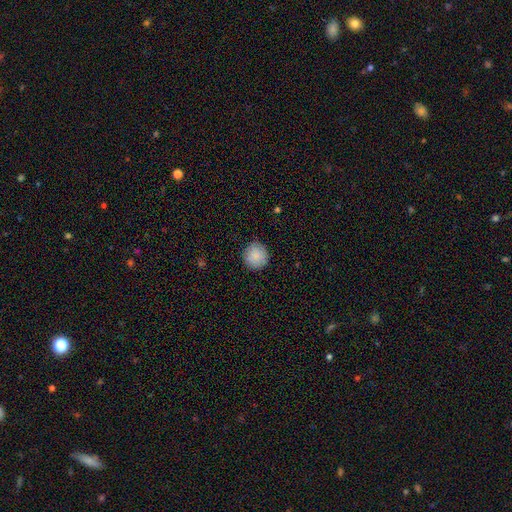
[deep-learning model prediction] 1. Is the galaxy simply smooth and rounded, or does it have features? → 88% smooth, 7% star or artifact, 5% featured or disk.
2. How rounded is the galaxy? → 94% round, 5% in between, 1% cigar-shaped.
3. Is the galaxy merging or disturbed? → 87% none, 9% minor disturbance, 2% major disturbance, 1% merger.